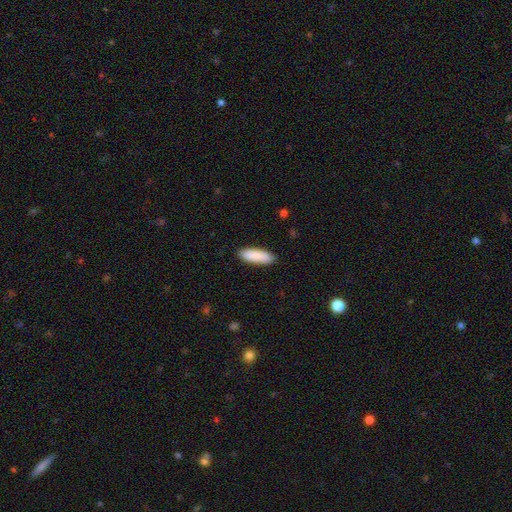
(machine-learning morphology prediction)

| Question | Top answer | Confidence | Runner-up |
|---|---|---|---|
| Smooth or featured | smooth | 89% | featured or disk (6%) |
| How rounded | in between | 58% | cigar-shaped (41%) |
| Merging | none | 88% | minor disturbance (9%) |